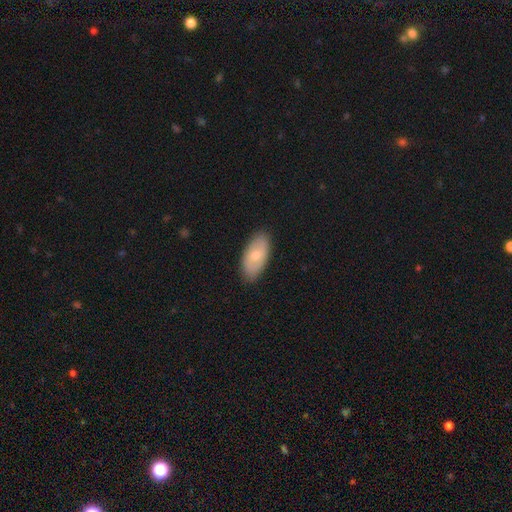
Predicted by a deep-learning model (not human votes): smooth_or_featured: smooth (p=0.65) [alt: featured or disk p=0.30]
how_rounded: in between (p=0.93) [alt: cigar-shaped p=0.04]
merging: none (p=0.85) [alt: minor disturbance p=0.12]